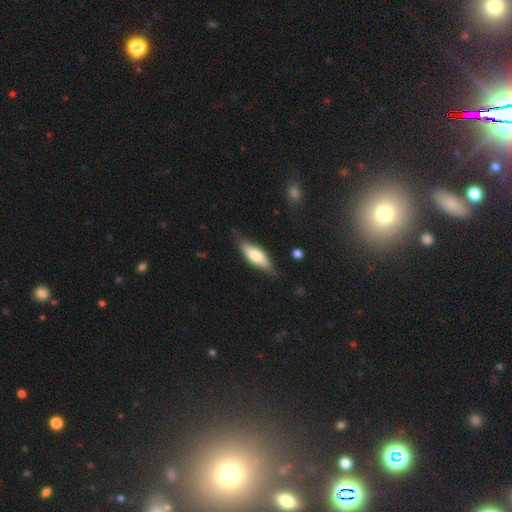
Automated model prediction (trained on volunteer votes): This is likely a smooth galaxy (66%). How rounded: possibly in between (57%). Merging: likely none (73%).